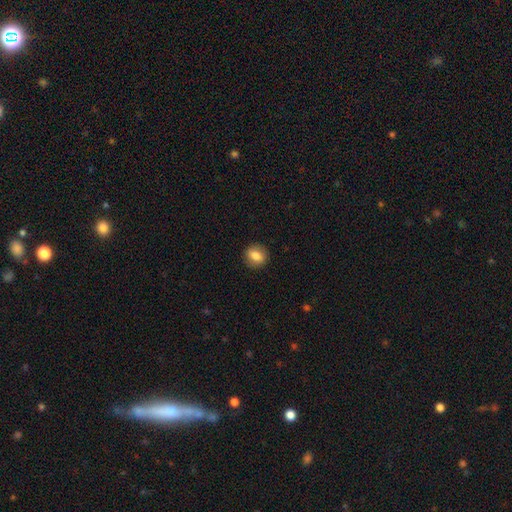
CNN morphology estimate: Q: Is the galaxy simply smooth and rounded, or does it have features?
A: smooth — 80%.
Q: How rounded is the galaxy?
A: round — 65%.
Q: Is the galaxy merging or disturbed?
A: none — 89%.